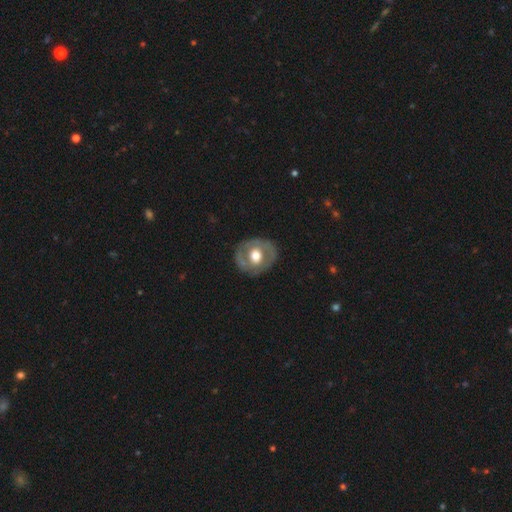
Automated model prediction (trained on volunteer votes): featured or disk 56%, smooth 39%, star or artifact 5%. Down the decision tree: edge-on disk — no (95%); bar — no (73%); spiral arms — no (72%); bulge size — moderate (59%); merging — none (79%).